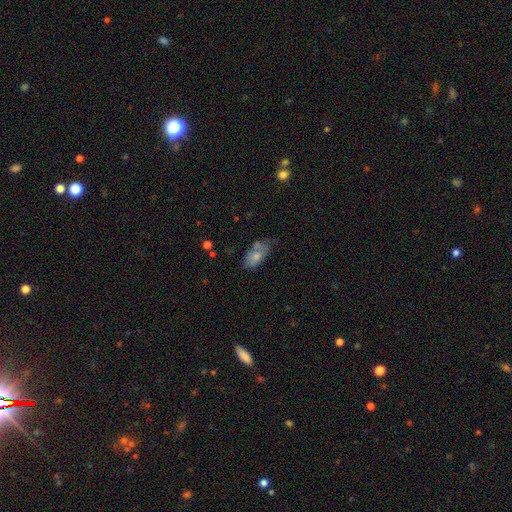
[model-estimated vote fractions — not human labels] This is likely a smooth galaxy (69%). How rounded: clearly in between (89%). Merging: marginally none (40%).